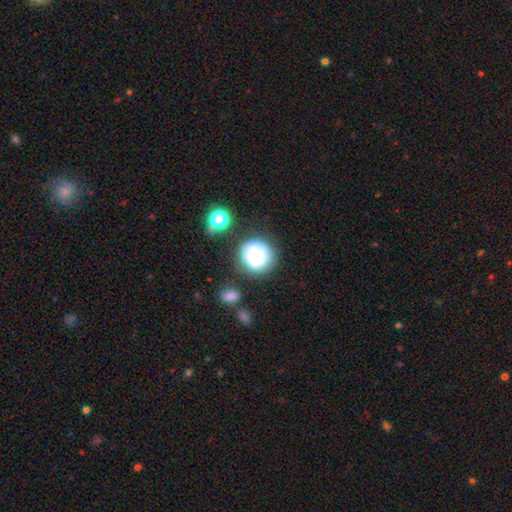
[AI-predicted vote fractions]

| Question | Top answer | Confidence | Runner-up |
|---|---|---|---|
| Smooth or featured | smooth | 64% | featured or disk (25%) |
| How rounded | round | 91% | in between (8%) |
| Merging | none | 71% | minor disturbance (16%) |